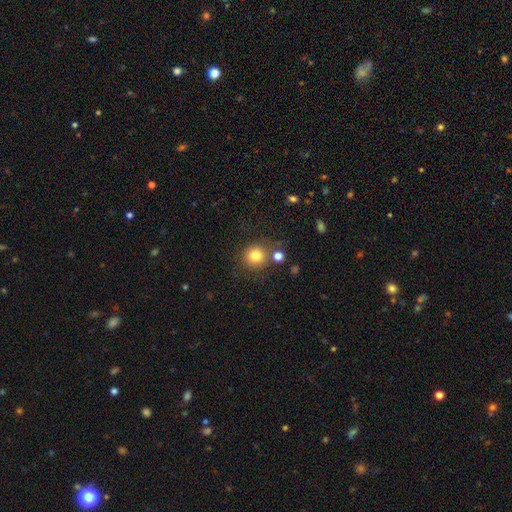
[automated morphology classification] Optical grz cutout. It shows a smooth galaxy with no disk features (81%) that is round (90%). Merging: none (75%).